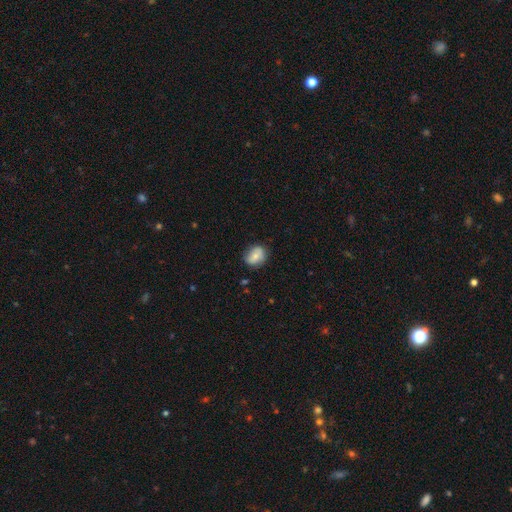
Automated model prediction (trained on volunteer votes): A smooth galaxy with no disk features (70%) that is in between round and cigar-shaped (52%). Merging: none (77%).